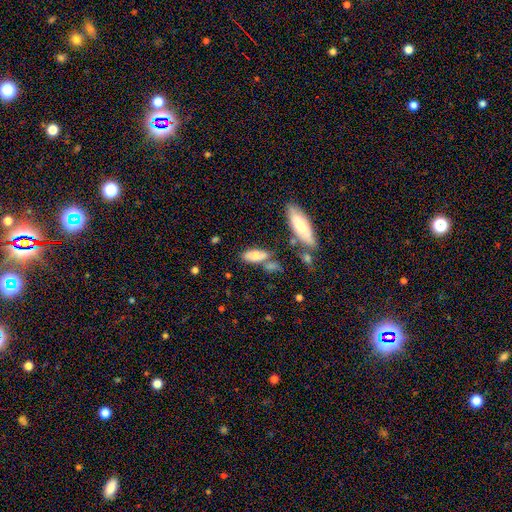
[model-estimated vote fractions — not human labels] Smooth or featured? Predicted: smooth (p=0.73). How rounded? Predicted: in between (p=0.76). Merging? Predicted: none (p=0.57).